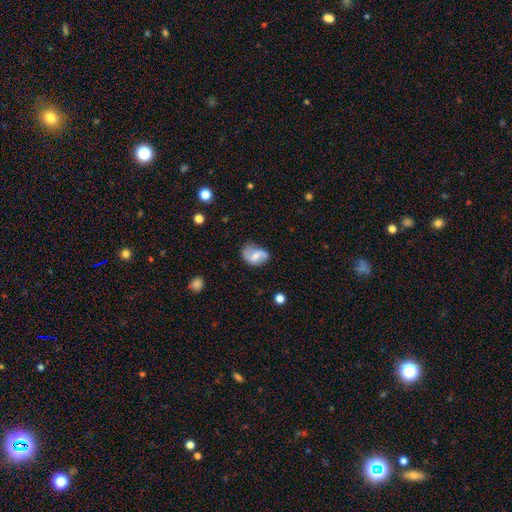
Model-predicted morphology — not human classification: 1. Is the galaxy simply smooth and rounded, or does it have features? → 52% featured or disk, 40% smooth, 7% star or artifact.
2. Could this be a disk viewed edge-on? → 97% no, 3% yes.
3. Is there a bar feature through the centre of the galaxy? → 47% weak, 37% no, 16% strong.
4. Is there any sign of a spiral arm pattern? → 81% yes, 19% no.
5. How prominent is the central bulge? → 47% moderate, 40% small, 8% none, 4% large, 1% dominant.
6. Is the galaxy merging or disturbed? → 59% none, 28% minor disturbance, 10% major disturbance, 2% merger.